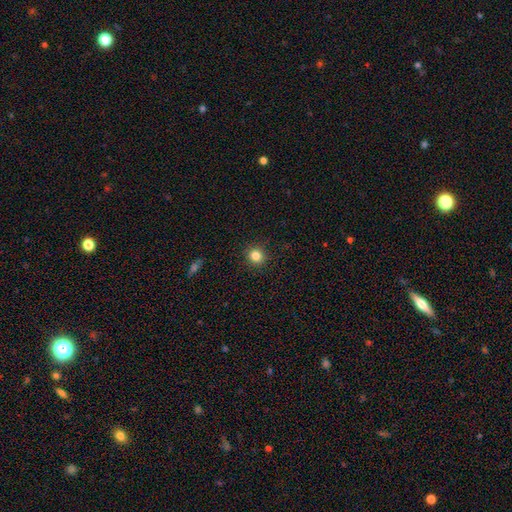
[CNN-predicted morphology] This appears to be a smooth galaxy with no disk features (83%) that is round (90%). Merging: none (92%).